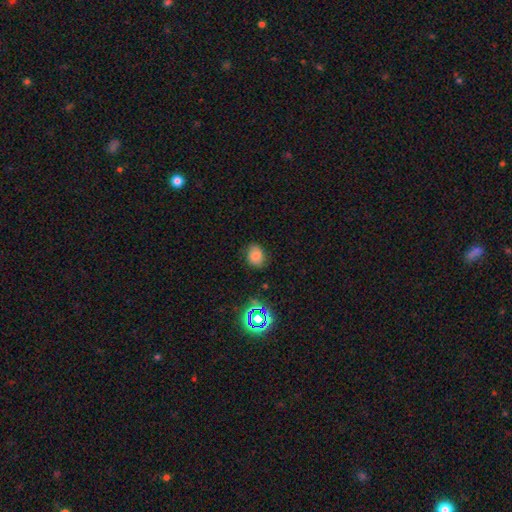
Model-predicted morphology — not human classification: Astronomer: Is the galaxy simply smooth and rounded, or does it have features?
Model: smooth — 73%.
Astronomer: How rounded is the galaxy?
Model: in between — 52% (runner-up: round, 48%).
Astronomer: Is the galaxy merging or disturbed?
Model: none — 78%.